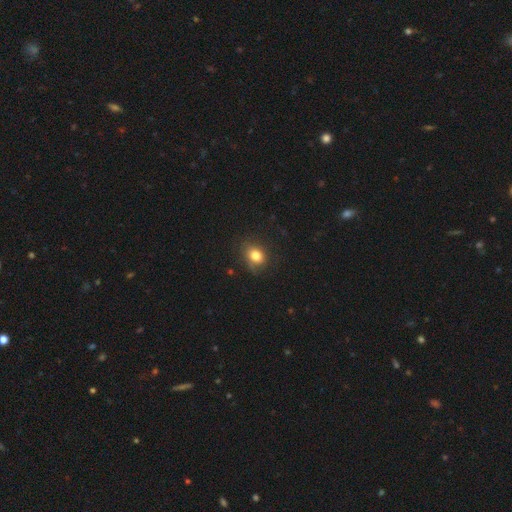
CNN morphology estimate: The model was most divided on "how rounded": round: 51%, in between: 47%, cigar-shaped: 1%. More confident: smooth or featured — smooth (79%); merging — none (73%).